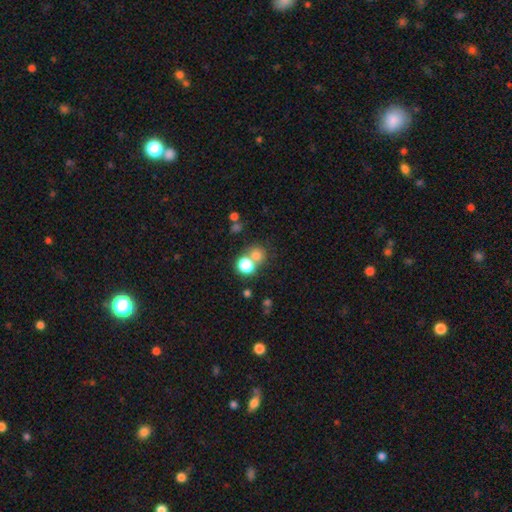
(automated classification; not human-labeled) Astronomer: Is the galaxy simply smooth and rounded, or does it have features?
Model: smooth — 74%.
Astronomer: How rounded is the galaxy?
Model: round — 84%.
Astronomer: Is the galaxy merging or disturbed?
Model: none — 51% (runner-up: merger, 37%).